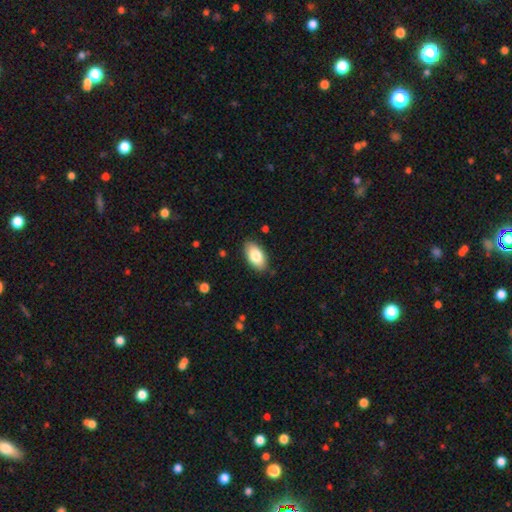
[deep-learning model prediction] The model was most divided on "smooth or featured": smooth: 82%, featured or disk: 11%, star or artifact: 6%. More confident: how rounded — in between (94%); merging — none (87%).